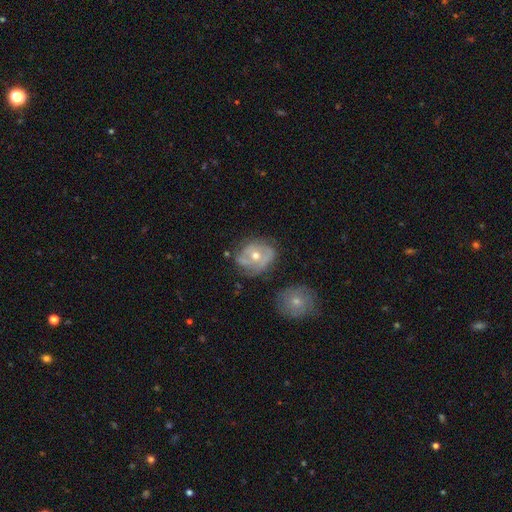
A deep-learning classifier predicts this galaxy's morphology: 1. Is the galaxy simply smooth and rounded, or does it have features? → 72% featured or disk, 20% smooth, 8% star or artifact.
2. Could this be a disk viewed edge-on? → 97% no, 3% yes.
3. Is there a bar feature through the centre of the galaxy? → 74% no, 20% weak, 6% strong.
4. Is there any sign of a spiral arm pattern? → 77% yes, 23% no.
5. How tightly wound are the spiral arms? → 53% tight, 33% medium, 14% loose.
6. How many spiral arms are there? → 35% can't tell, 31% 2, 19% 3, 7% 1, 4% 4, 3% more than 4.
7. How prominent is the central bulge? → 68% moderate, 27% small, 3% large, 1% none, 1% dominant.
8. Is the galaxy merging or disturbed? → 61% none, 23% minor disturbance, 12% major disturbance, 3% merger.